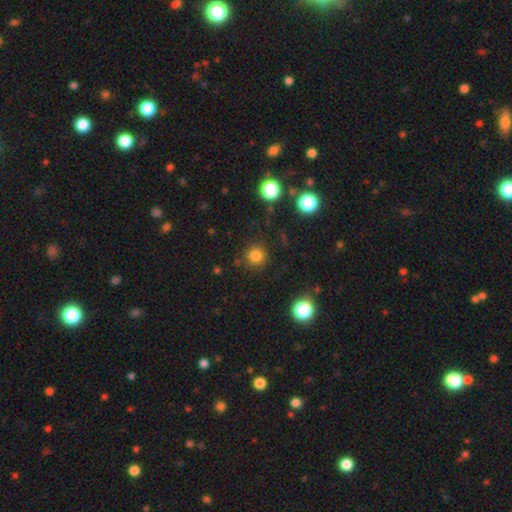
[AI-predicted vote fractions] Smooth or featured: smooth — 81% (star or artifact — 14%)
How rounded: round — 93% (in between — 6%)
Merging: none — 88% (minor disturbance — 7%)